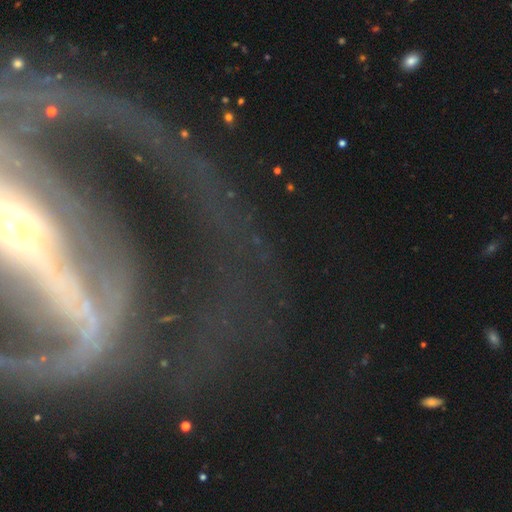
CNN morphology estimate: Smooth or featured? featured or disk (77%)
Edge-on disk? no (86%)
Bar? strong (57%)
Spiral arms? yes (69%)
Bulge size? small (44%)
Merging? none (49%)